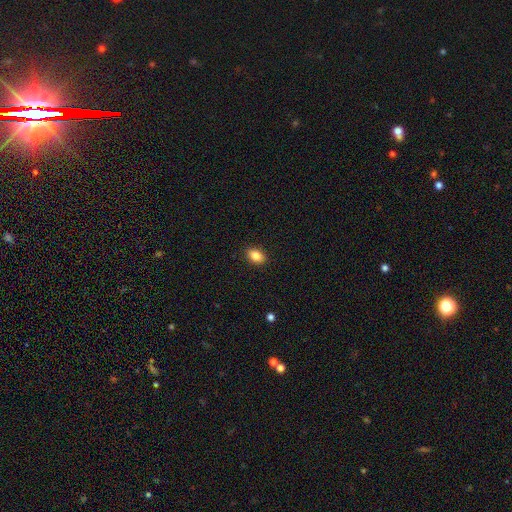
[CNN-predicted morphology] smooth 86%, star or artifact 9%, featured or disk 6%. Down the decision tree: how rounded — in between (77%); merging — none (90%).